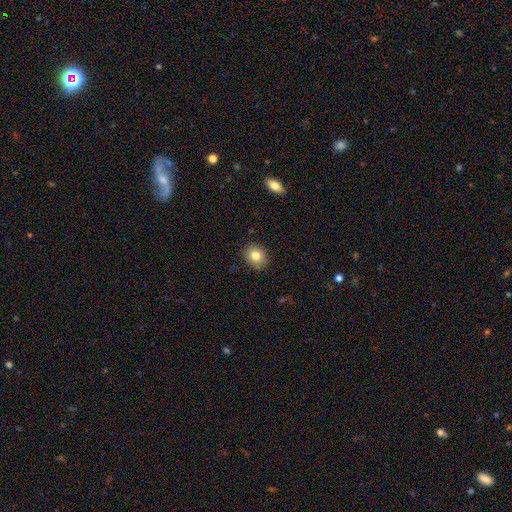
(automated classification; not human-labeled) A smooth galaxy with no disk features (81%) that is round (72%).

Vote fractions:
- Smooth or featured? smooth: 81% / star or artifact: 10% / featured or disk: 9%
- How rounded? round: 72% / in between: 27% / cigar-shaped: 1%
- Merging? none: 89% / minor disturbance: 8% / major disturbance: 2% / merger: 1%